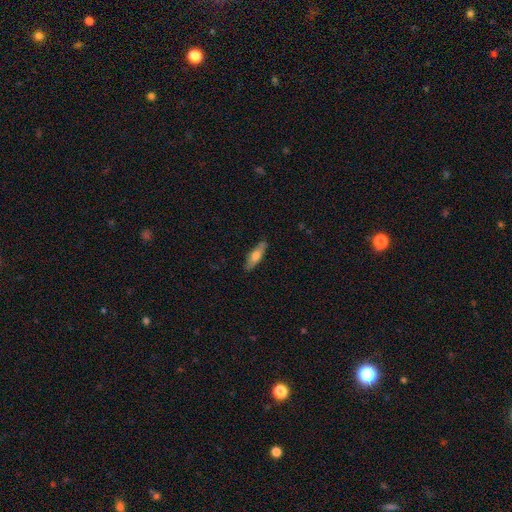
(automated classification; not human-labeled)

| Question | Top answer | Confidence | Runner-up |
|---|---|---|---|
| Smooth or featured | smooth | 63% | featured or disk (32%) |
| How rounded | cigar-shaped | 56% | in between (42%) |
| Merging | none | 86% | minor disturbance (11%) |